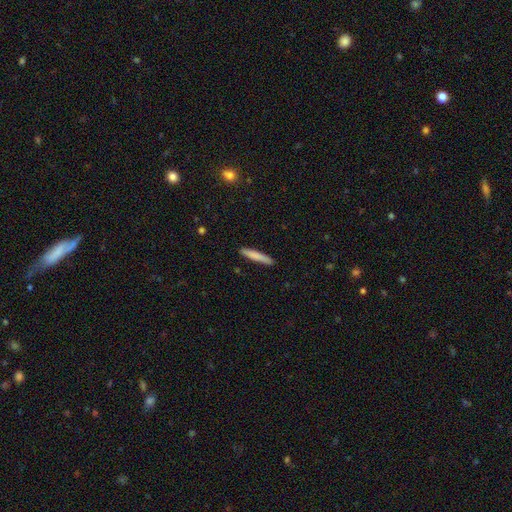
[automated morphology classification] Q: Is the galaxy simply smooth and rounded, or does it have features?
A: smooth — 80%.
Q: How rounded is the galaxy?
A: cigar-shaped — 94%.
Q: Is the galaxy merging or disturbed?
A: none — 90%.